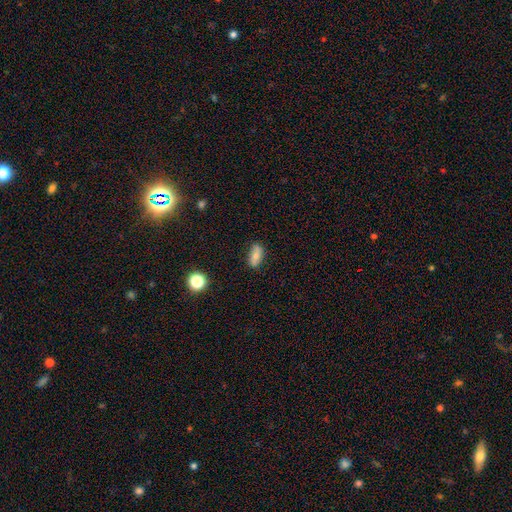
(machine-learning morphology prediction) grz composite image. It shows a smooth galaxy with no disk features (67%) that is in between round and cigar-shaped (81%). Merging: none (79%).